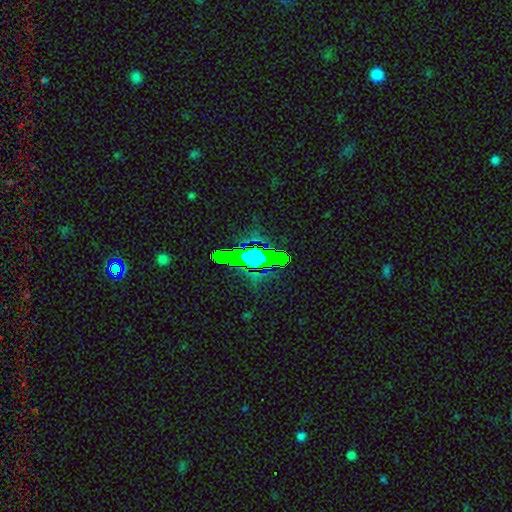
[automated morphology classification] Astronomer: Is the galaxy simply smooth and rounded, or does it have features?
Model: star or artifact — 65%.